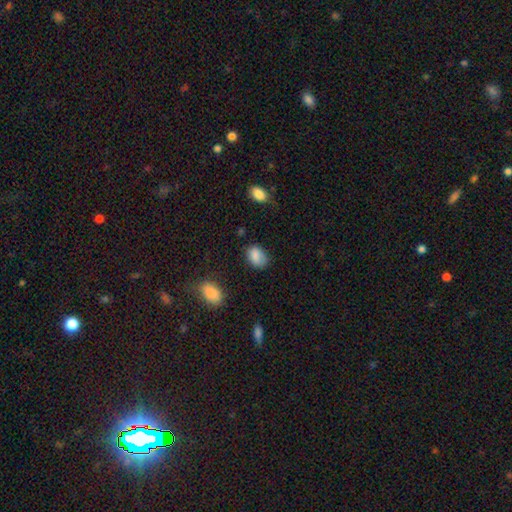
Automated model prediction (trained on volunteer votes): Q: Smooth or featured?
A: smooth (86%); runner-up: star or artifact (8%)
Q: How rounded?
A: in between (76%); runner-up: round (23%)
Q: Merging?
A: none (66%); runner-up: minor disturbance (26%)